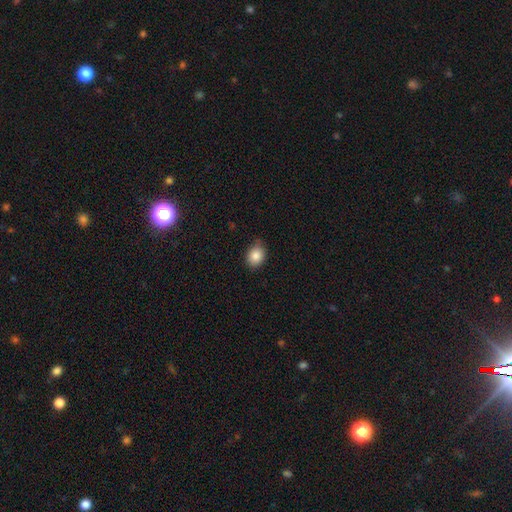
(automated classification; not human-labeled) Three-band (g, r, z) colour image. It shows a smooth galaxy with no disk features (86%) that is round (50%). Merging: none (74%).